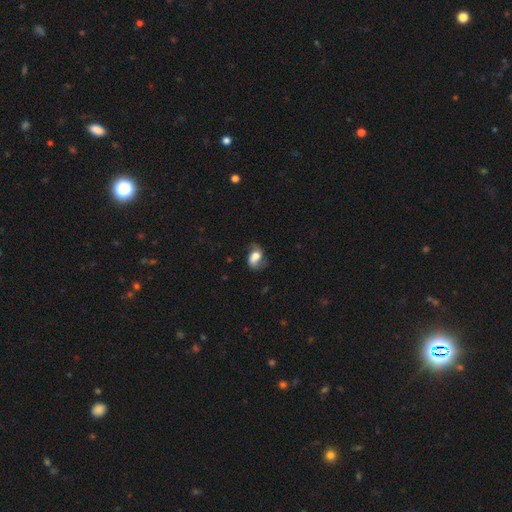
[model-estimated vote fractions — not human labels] Smooth or featured: smooth — 53% (featured or disk — 38%)
How rounded: in between — 77% (round — 22%)
Merging: none — 50% (minor disturbance — 29%)